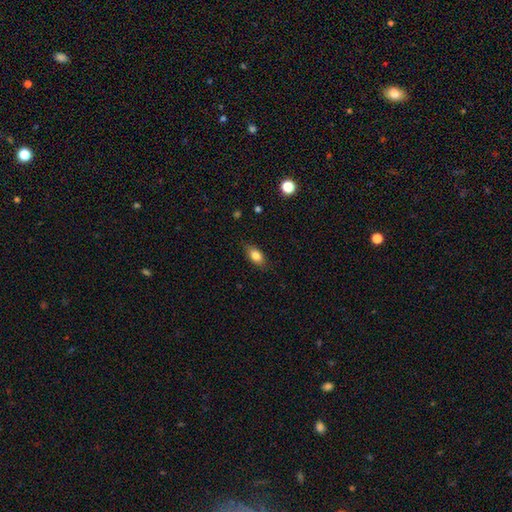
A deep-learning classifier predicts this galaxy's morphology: Smooth or featured? Predicted: smooth (p=0.81). How rounded? Predicted: in between (p=0.87). Merging? Predicted: none (p=0.83).